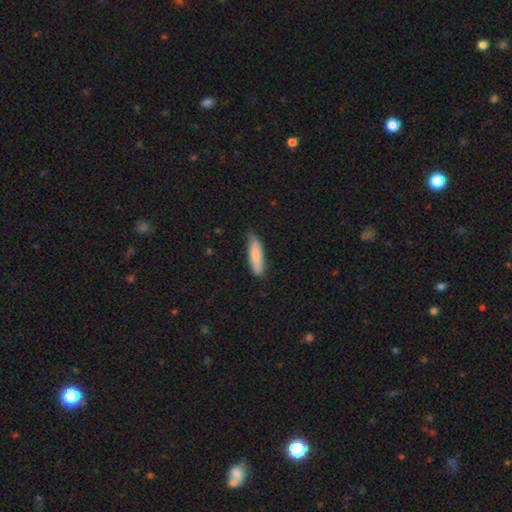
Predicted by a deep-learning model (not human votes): A smooth galaxy with no disk features (81%) that is cigar-shaped (69%).

Vote fractions:
- Smooth or featured? smooth: 81% / featured or disk: 14% / star or artifact: 5%
- How rounded? cigar-shaped: 69% / in between: 30% / round: 2%
- Merging? none: 77% / minor disturbance: 19% / major disturbance: 3% / merger: 1%